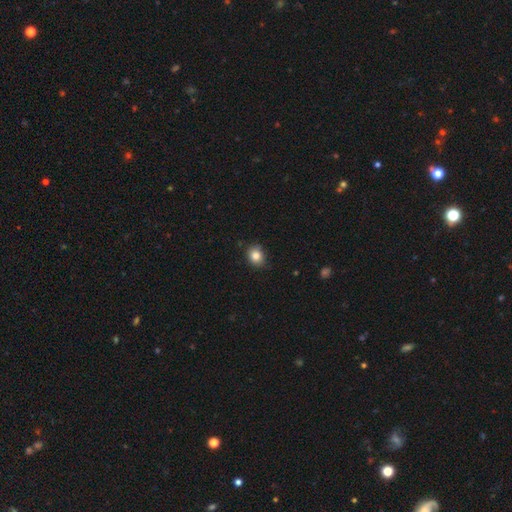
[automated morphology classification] A smooth galaxy with no disk features (83%) that is round (58%).

Vote fractions:
- Smooth or featured? smooth: 83% / star or artifact: 10% / featured or disk: 6%
- How rounded? round: 58% / in between: 41% / cigar-shaped: 1%
- Merging? none: 83% / minor disturbance: 13% / major disturbance: 2% / merger: 1%